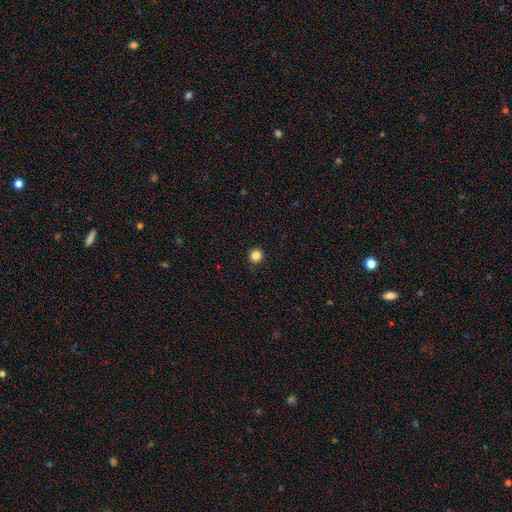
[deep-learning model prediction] This appears to be a smooth galaxy with no disk features (84%) that is round (96%). Merging: none (93%).